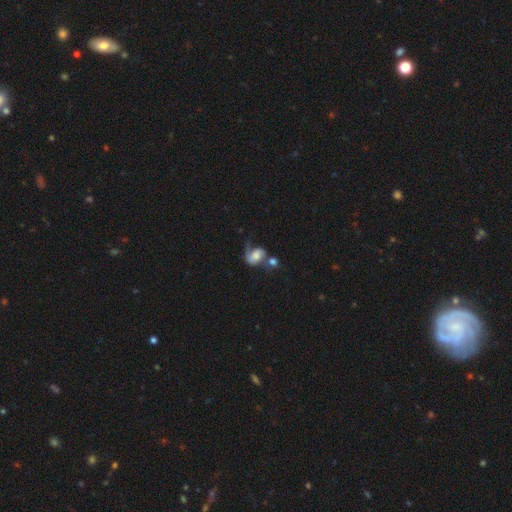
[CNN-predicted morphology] smooth-or-featured: featured or disk: 52% | smooth: 39% | star or artifact: 9%
  disk-edge-on: no: 97% | yes: 3%
    bar: no: 62% | weak: 29% | strong: 8%
    has-spiral-arms: yes: 82% | no: 18%
    bulge-size: moderate: 39% | small: 24% | large: 20% | none: 11% | dominant: 5%
  merging: merger: 35% | major disturbance: 25% | none: 24% | minor disturbance: 15%